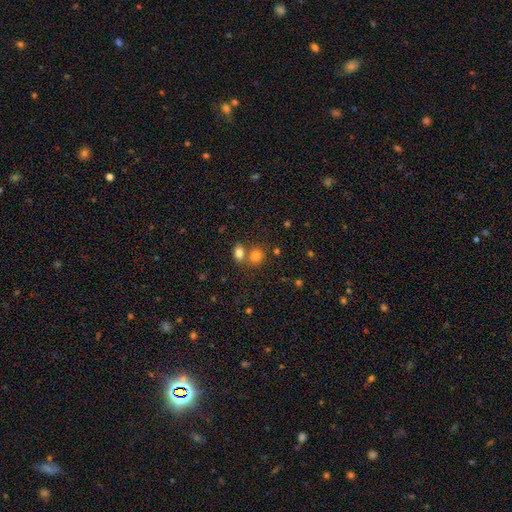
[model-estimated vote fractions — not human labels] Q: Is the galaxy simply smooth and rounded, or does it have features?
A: smooth — 80%.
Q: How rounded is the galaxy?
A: round — 62%.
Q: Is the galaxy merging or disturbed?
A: none — 52%.